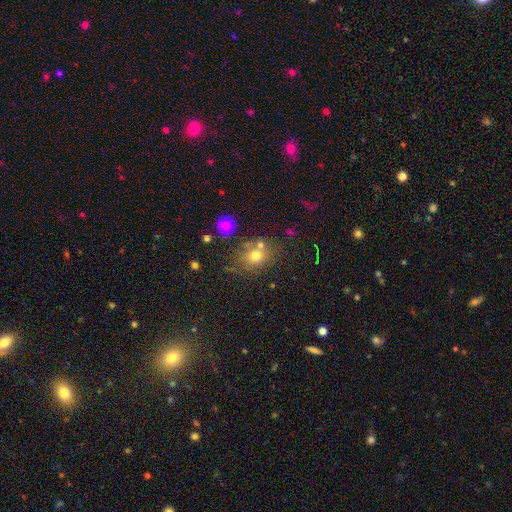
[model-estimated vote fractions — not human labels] The model was most divided on "how rounded": round: 59%, in between: 39%, cigar-shaped: 1%. More confident: smooth or featured — smooth (69%); merging — none (62%).